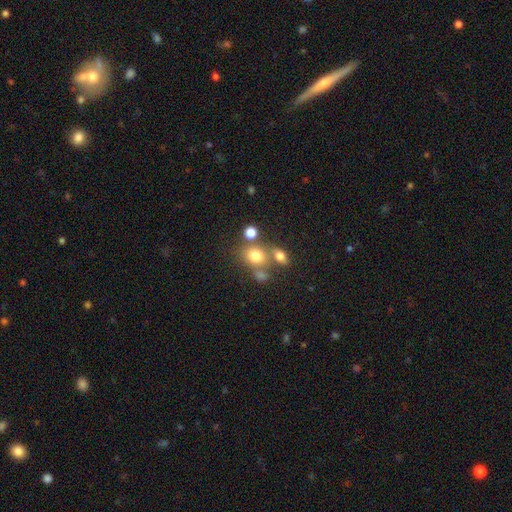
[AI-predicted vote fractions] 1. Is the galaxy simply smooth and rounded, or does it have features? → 74% smooth, 14% star or artifact, 12% featured or disk.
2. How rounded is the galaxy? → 57% round, 41% in between, 1% cigar-shaped.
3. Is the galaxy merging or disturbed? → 53% none, 28% merger, 12% minor disturbance, 6% major disturbance.